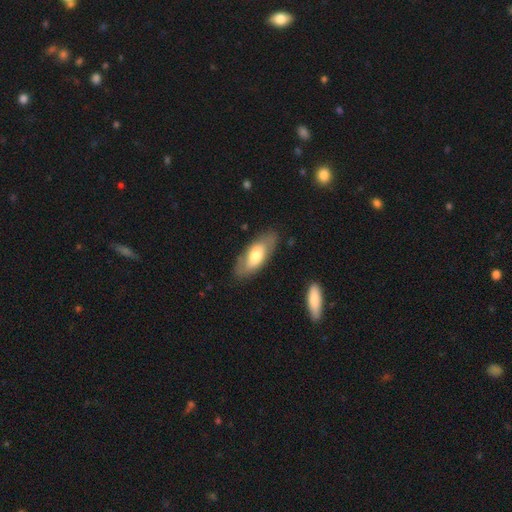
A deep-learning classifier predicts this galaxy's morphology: This is possibly a smooth galaxy (60%). How rounded: clearly in between (82%). Merging: likely none (78%).